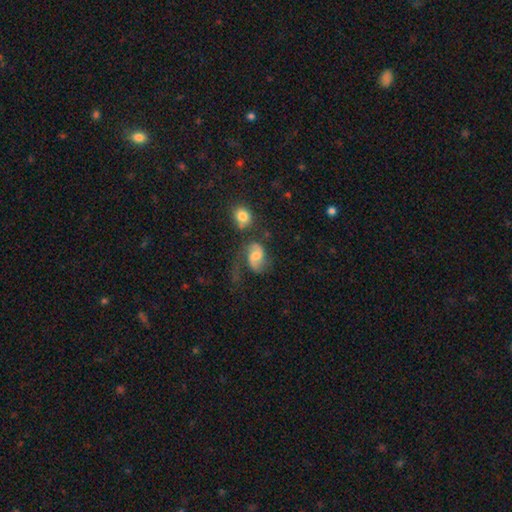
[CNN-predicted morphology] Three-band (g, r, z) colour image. It shows a featured or disk galaxy (65%) with no bar (53%), 2 (84%) loose (46%) spiral arms (90%) and a moderate central bulge (62%). Merging: none (44%).